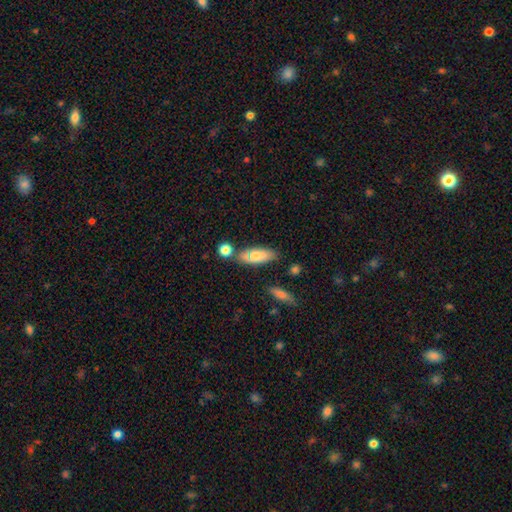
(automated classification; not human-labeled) smooth-or-featured: smooth: 75% | featured or disk: 17% | star or artifact: 8%
  how-rounded: in between: 74% | cigar-shaped: 22% | round: 3%
  merging: none: 69% | minor disturbance: 16% | merger: 10% | major disturbance: 4%